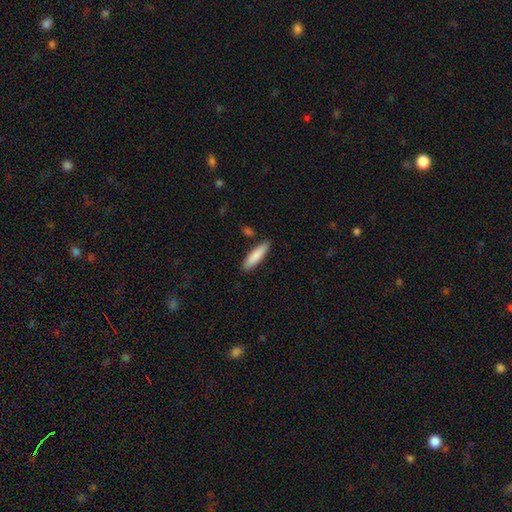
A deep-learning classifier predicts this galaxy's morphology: Smooth or featured: smooth — 86% (featured or disk — 9%)
How rounded: cigar-shaped — 68% (in between — 30%)
Merging: none — 85% (minor disturbance — 10%)